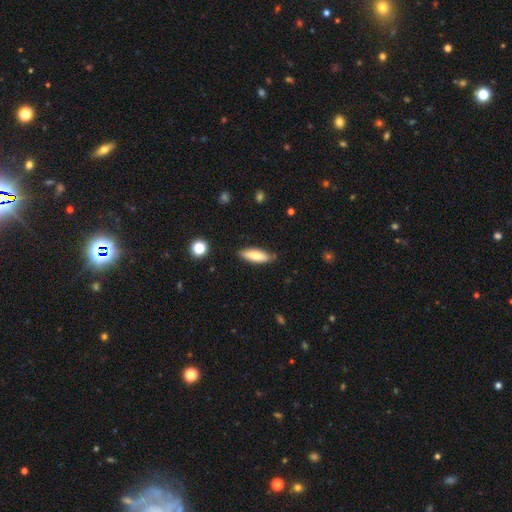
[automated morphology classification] This is likely a smooth galaxy (77%). How rounded: possibly in between (52%). Merging: clearly none (84%).